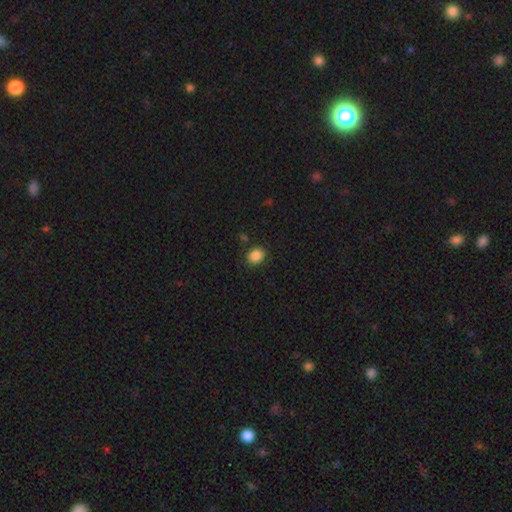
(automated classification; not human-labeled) Smooth or featured? smooth (87%)
How rounded? round (55%)
Merging? none (87%)